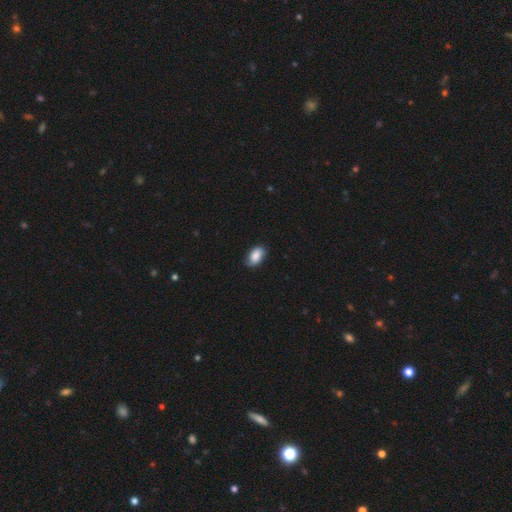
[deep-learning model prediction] Q: Smooth or featured?
A: smooth (80%); runner-up: featured or disk (12%)
Q: How rounded?
A: in between (91%); runner-up: round (8%)
Q: Merging?
A: none (73%); runner-up: minor disturbance (21%)